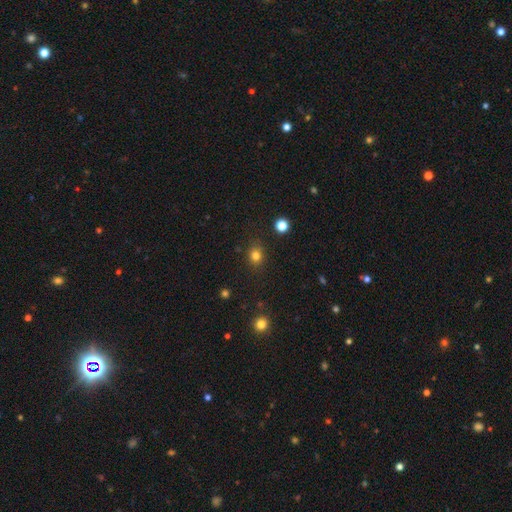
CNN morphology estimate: A smooth galaxy with no disk features (81%) that is round (73%). Merging: none (84%).